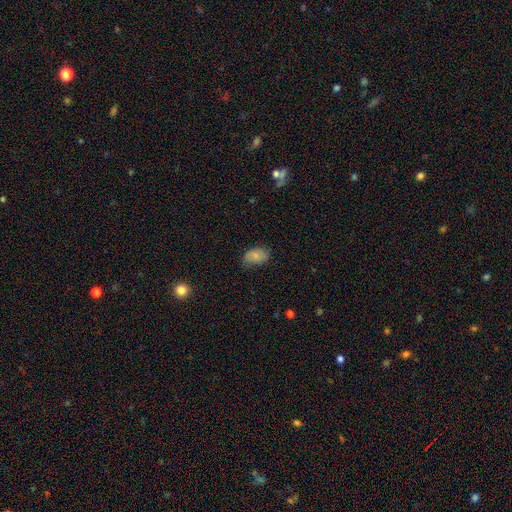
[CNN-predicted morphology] This appears to be a smooth galaxy with no disk features (76%) that is in between round and cigar-shaped (88%). Merging: none (63%).